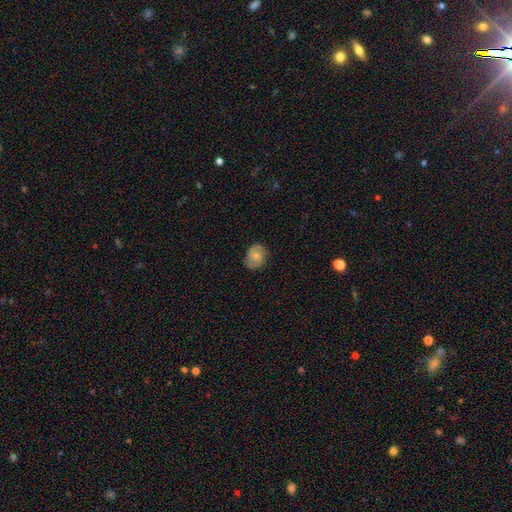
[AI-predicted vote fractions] Smooth or featured? smooth (65%)
How rounded? in between (55%)
Merging? none (77%)